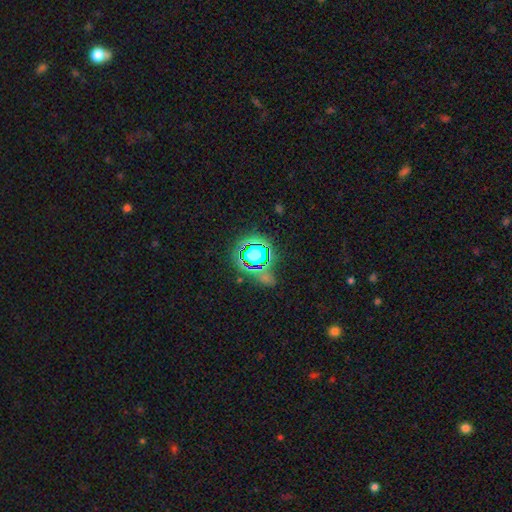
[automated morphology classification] Smooth or featured? star or artifact (56%)